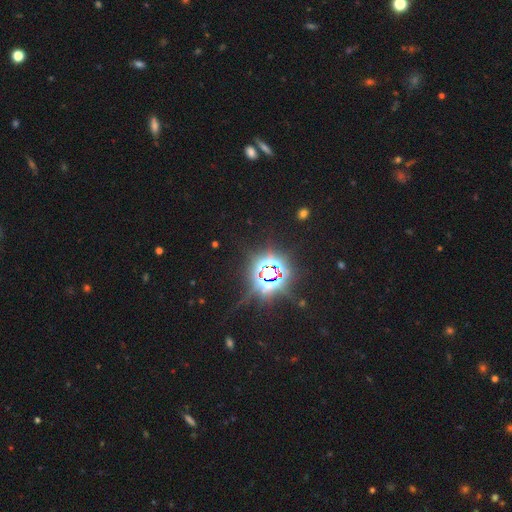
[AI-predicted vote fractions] The model was most divided on "smooth or featured": star or artifact: 84%, smooth: 10%, featured or disk: 7%.